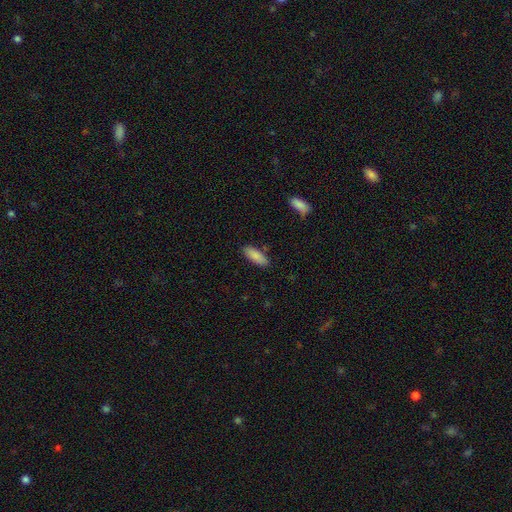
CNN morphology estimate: smooth-or-featured: smooth: 86% | featured or disk: 8% | star or artifact: 6%
  how-rounded: in between: 73% | cigar-shaped: 26% | round: 2%
  merging: none: 83% | minor disturbance: 12% | merger: 3% | major disturbance: 2%